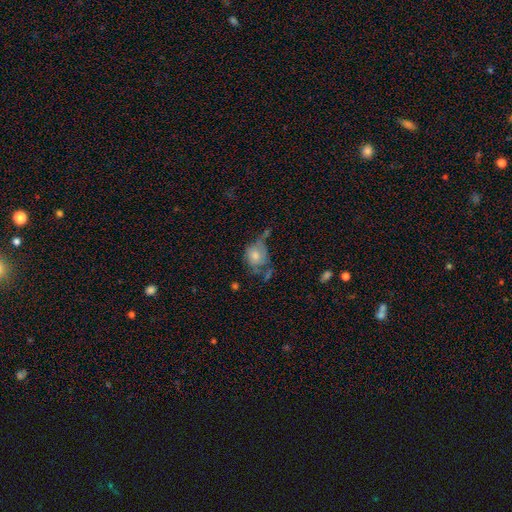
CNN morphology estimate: type=smooth (60%); roundness=round (52%); merging=major disturbance (29%).